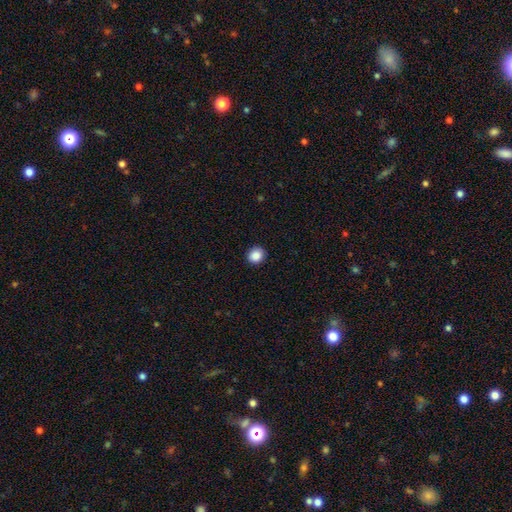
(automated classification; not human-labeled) smooth_or_featured: smooth (p=0.88) [alt: star or artifact p=0.09]
how_rounded: round (p=0.80) [alt: in between p=0.19]
merging: none (p=0.92) [alt: minor disturbance p=0.06]